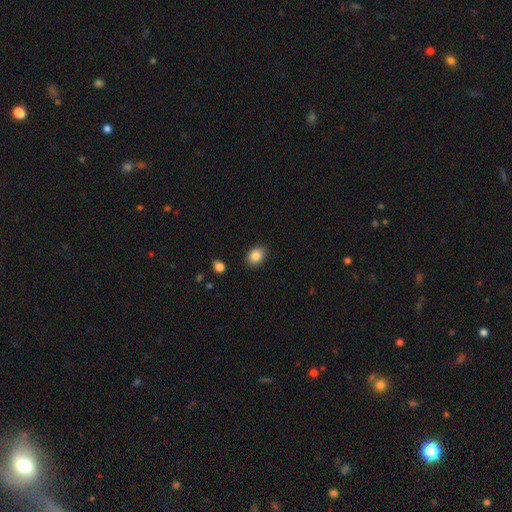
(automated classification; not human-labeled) Smooth or featured: smooth — 87% (star or artifact — 8%)
How rounded: in between — 65% (round — 34%)
Merging: none — 85% (minor disturbance — 11%)